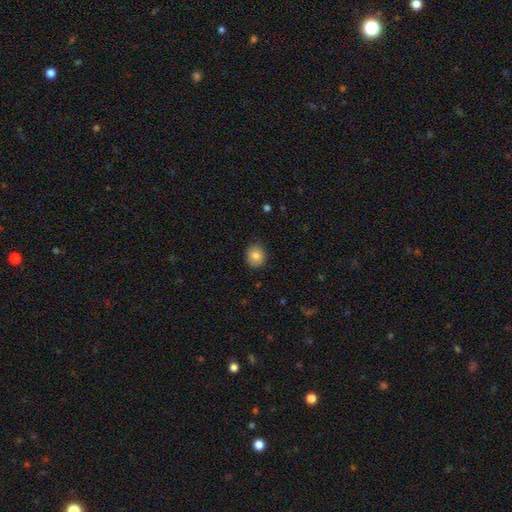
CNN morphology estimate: This is clearly a smooth galaxy (84%). How rounded: clearly round (81%). Merging: clearly none (88%).